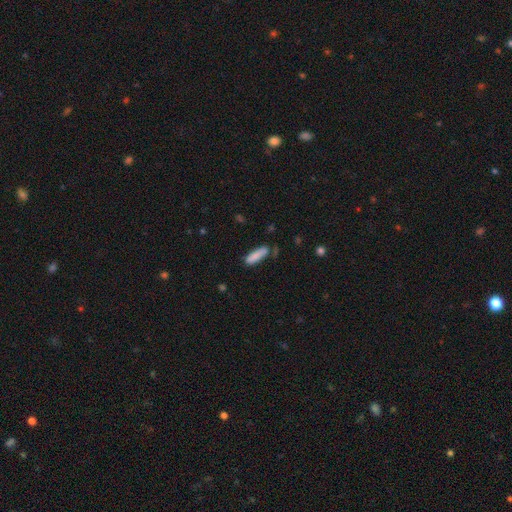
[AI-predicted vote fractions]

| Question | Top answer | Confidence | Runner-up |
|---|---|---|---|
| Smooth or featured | smooth | 85% | featured or disk (8%) |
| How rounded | cigar-shaped | 60% | in between (38%) |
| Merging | none | 66% | minor disturbance (23%) |